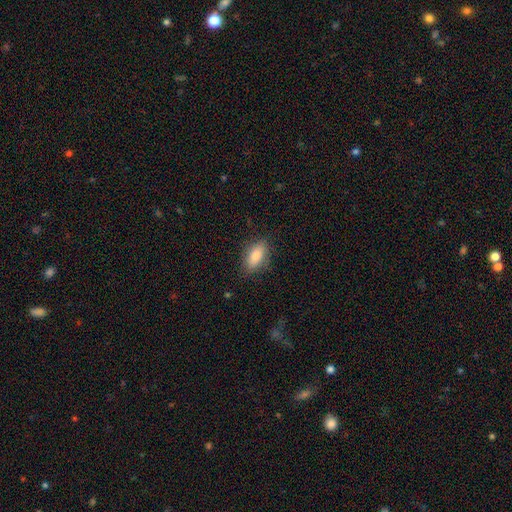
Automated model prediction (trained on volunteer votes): A smooth galaxy with no disk features (84%) that is in between round and cigar-shaped (86%).

Vote fractions:
- Smooth or featured? smooth: 84% / featured or disk: 9% / star or artifact: 7%
- How rounded? in between: 86% / cigar-shaped: 11% / round: 4%
- Merging? none: 81% / minor disturbance: 14% / major disturbance: 3% / merger: 1%